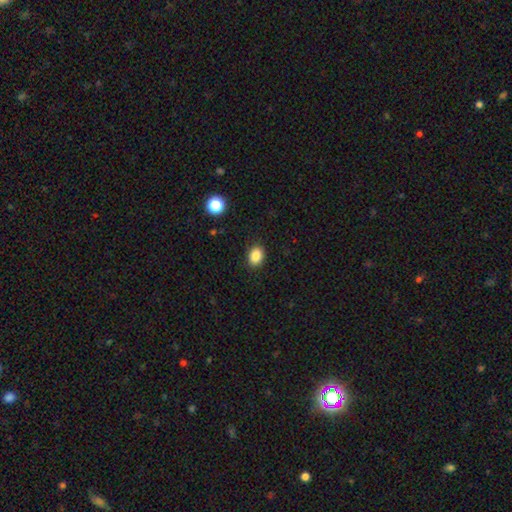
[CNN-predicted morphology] Overall: smooth (86%). How rounded: in between (60%; round 39%). Merging: none (89%).